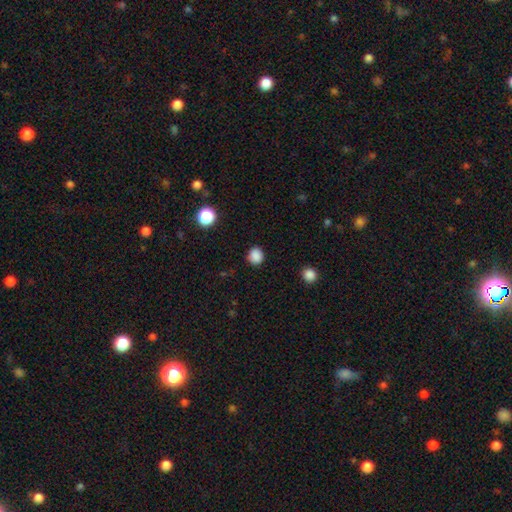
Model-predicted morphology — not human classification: Overall: smooth (86%). How rounded: round (83%). Merging: none (86%).